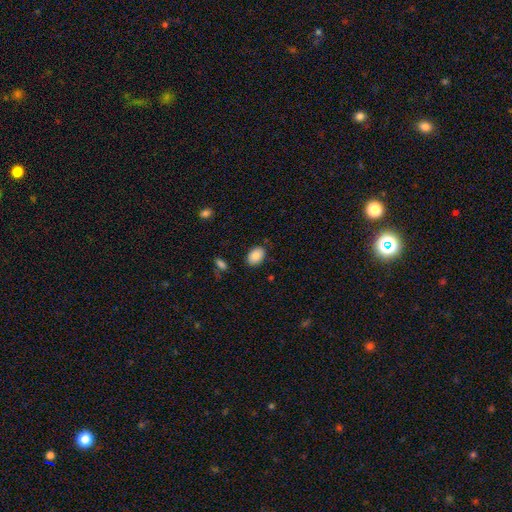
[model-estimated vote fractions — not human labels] This appears to be a smooth galaxy with no disk features (89%) that is in between round and cigar-shaped (86%). Merging: none (84%).